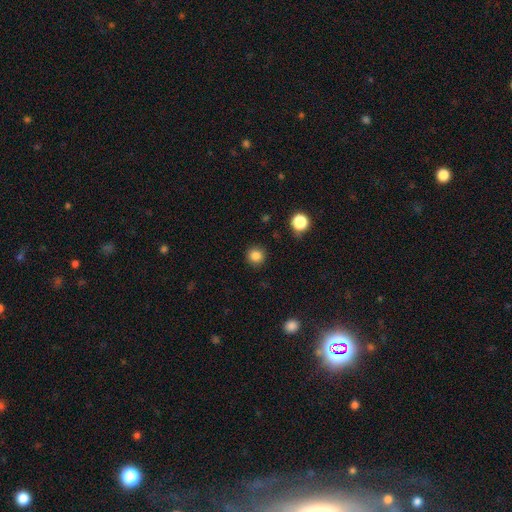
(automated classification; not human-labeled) A smooth galaxy with no disk features (85%) that is round (92%). Merging: none (90%).